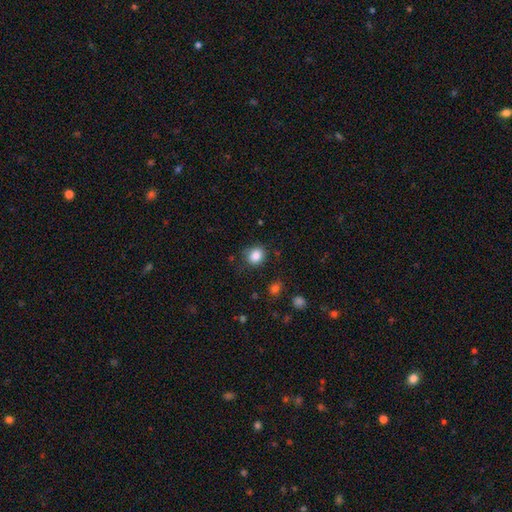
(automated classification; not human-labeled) Morphology: type=smooth (85%); roundness=round (75%); merging=none (78%).